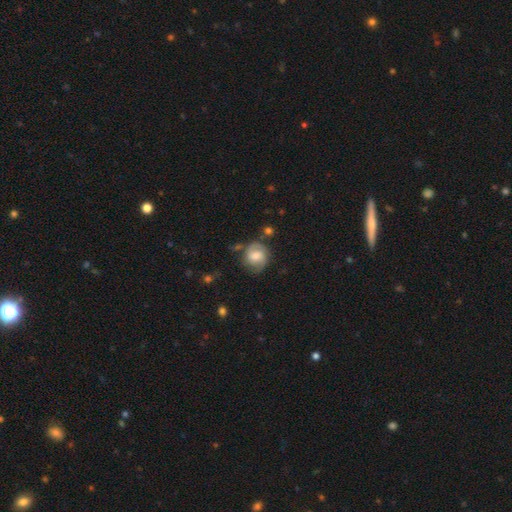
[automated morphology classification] The model was most divided on "smooth or featured": smooth: 47%, featured or disk: 45%, star or artifact: 8%. More confident: merging — none (63%).